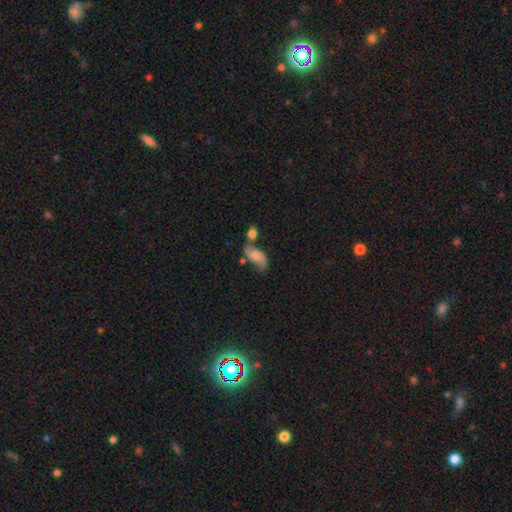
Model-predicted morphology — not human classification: Overall: smooth (52%; featured or disk 38%). How rounded: in between (87%). Merging: none (33%; merger 30%).